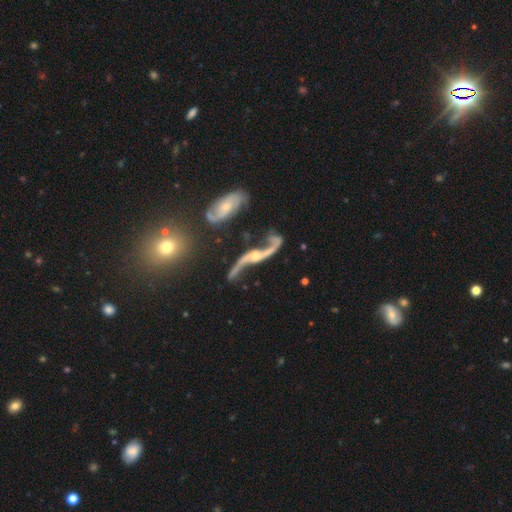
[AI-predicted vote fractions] Smooth or featured? Predicted: featured or disk (p=0.88). Edge-on disk? Predicted: no (p=0.83). Bar? Predicted: no (p=0.49). Spiral arms? Predicted: yes (p=0.95). Spiral winding? Predicted: loose (p=0.88). Spiral arm count? Predicted: 2 (p=0.93). Bulge size? Predicted: small (p=0.51). Merging? Predicted: none (p=0.54).